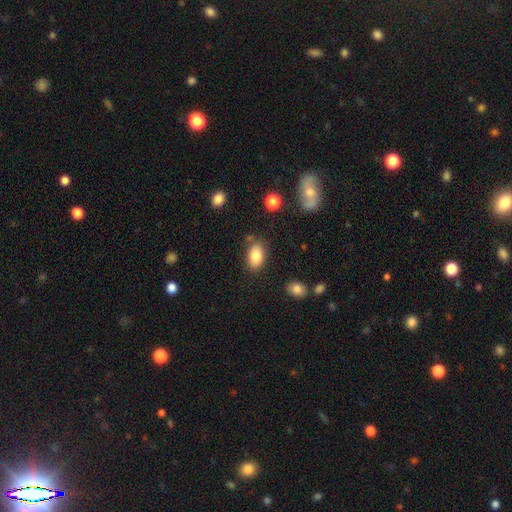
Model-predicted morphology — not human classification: Overall: smooth (82%). How rounded: in between (90%). Merging: none (78%).